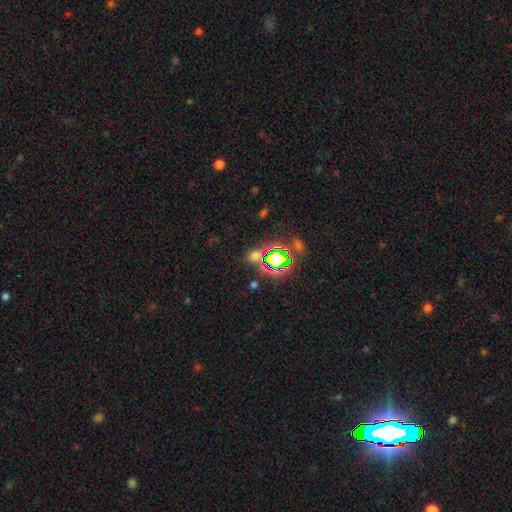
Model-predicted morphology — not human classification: Overall: star or artifact (47%; smooth 45%).